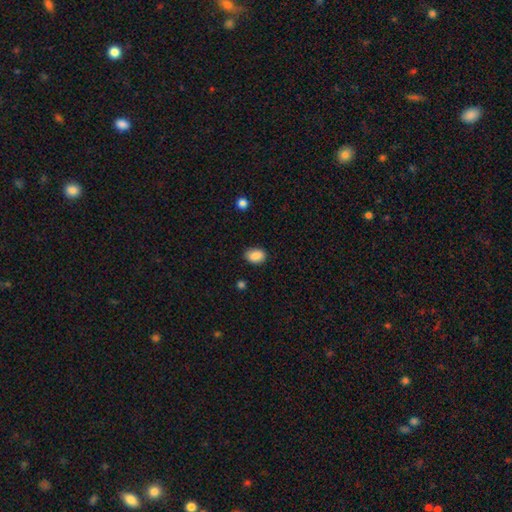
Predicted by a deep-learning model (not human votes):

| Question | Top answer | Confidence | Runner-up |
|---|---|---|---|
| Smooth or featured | smooth | 88% | star or artifact (8%) |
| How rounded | in between | 79% | round (20%) |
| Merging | none | 84% | minor disturbance (13%) |